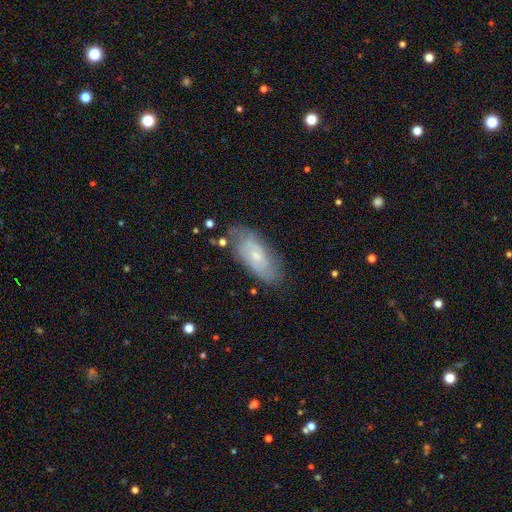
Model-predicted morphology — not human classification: Smooth or featured: featured or disk — 49% (smooth — 44%)
Merging: none — 67% (minor disturbance — 23%)